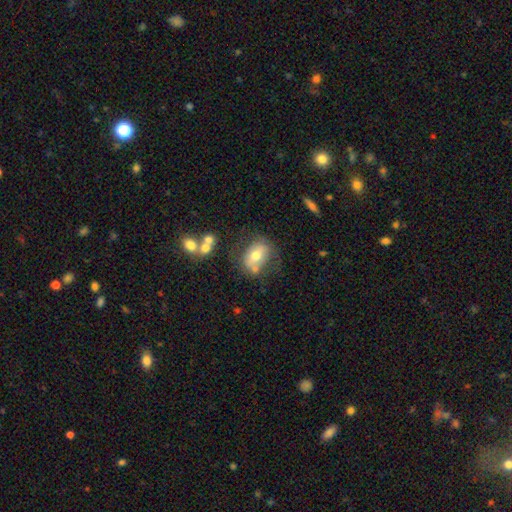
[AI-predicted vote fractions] This appears to be a smooth galaxy with no disk features (59%) that is in between round and cigar-shaped (74%). Merging: none (48%).